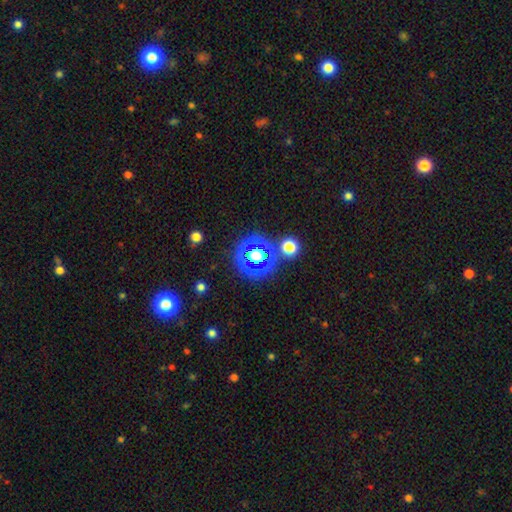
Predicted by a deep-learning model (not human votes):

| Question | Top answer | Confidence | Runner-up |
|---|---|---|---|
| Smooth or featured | star or artifact | 57% | smooth (30%) |